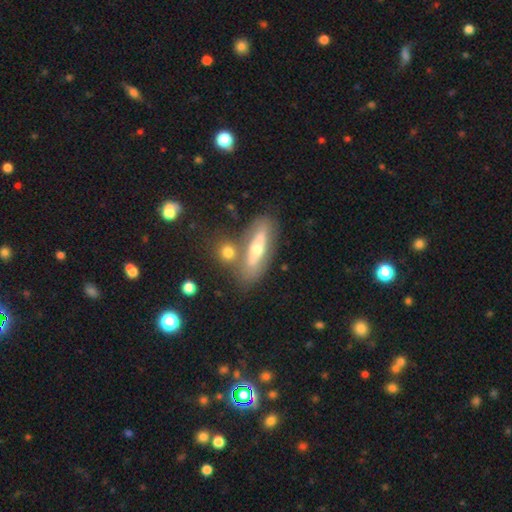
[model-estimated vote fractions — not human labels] Q: Smooth or featured?
A: featured or disk (54%); runner-up: smooth (37%)
Q: Edge-on disk?
A: yes (65%); runner-up: no (35%)
Q: Merging?
A: none (71%); runner-up: merger (13%)